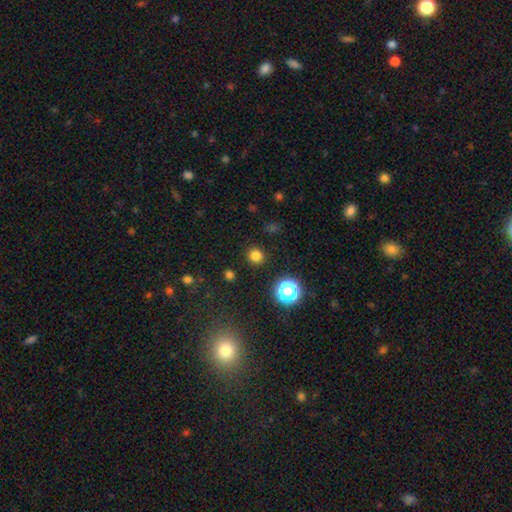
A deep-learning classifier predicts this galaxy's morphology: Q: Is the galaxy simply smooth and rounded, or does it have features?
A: smooth — 79%.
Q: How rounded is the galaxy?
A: round — 94%.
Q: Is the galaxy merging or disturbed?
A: none — 91%.